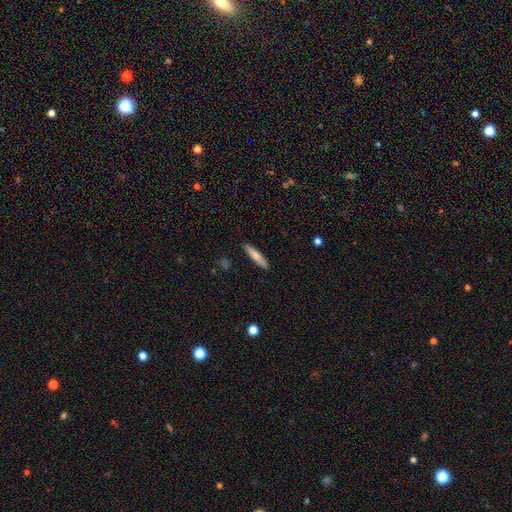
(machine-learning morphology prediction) Smooth or featured? Predicted: smooth (p=0.72). How rounded? Predicted: cigar-shaped (p=0.88). Merging? Predicted: none (p=0.90).